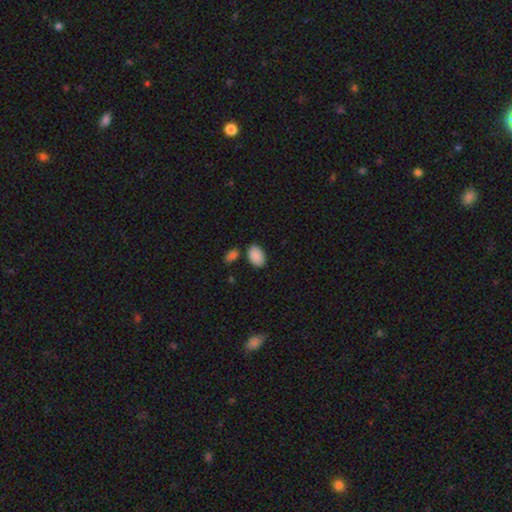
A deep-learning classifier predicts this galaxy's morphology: A smooth galaxy with no disk features (90%) that is in between round and cigar-shaped (92%). Merging: none (78%).